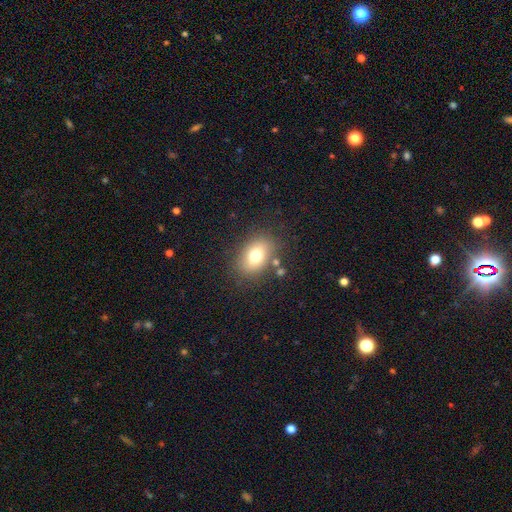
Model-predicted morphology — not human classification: type=smooth (73%); roundness=in between (78%); merging=none (79%).